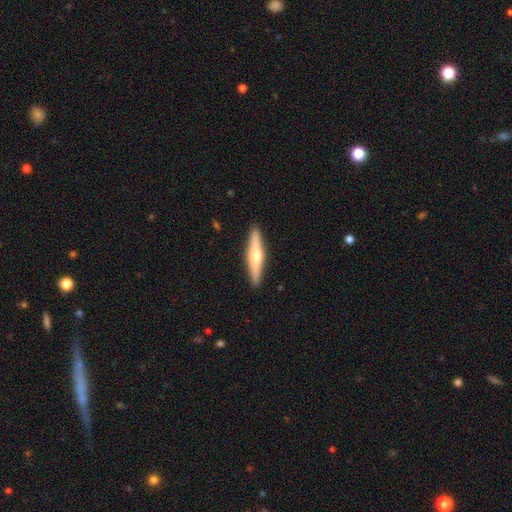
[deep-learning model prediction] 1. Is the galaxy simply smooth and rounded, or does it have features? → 48% smooth, 47% featured or disk, 5% star or artifact.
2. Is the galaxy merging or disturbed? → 91% none, 7% minor disturbance, 2% major disturbance, 1% merger.